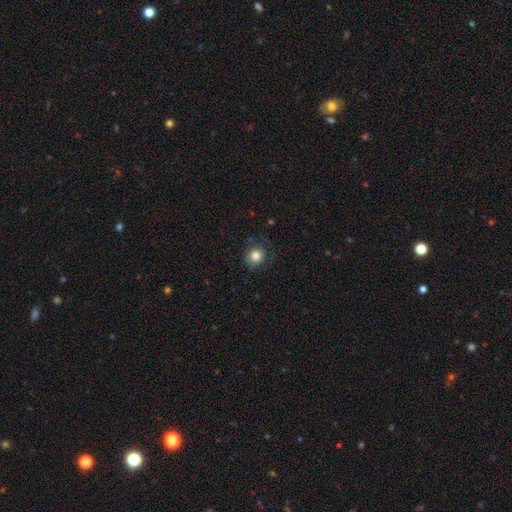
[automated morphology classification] A smooth galaxy with no disk features (81%) that is round (84%). Merging: none (77%).